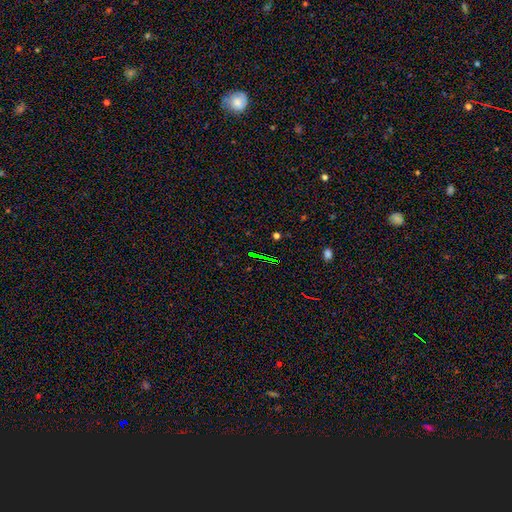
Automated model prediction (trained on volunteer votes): Morphology: type=star or artifact (72%).